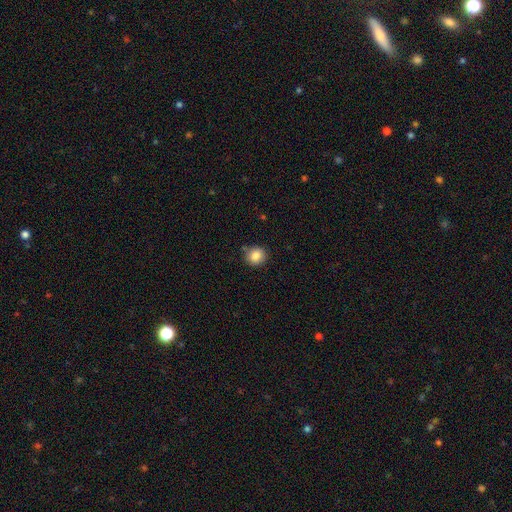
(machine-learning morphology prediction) smooth_or_featured: smooth (p=0.85) [alt: star or artifact p=0.09]
how_rounded: round (p=0.83) [alt: in between p=0.16]
merging: none (p=0.82) [alt: minor disturbance p=0.12]